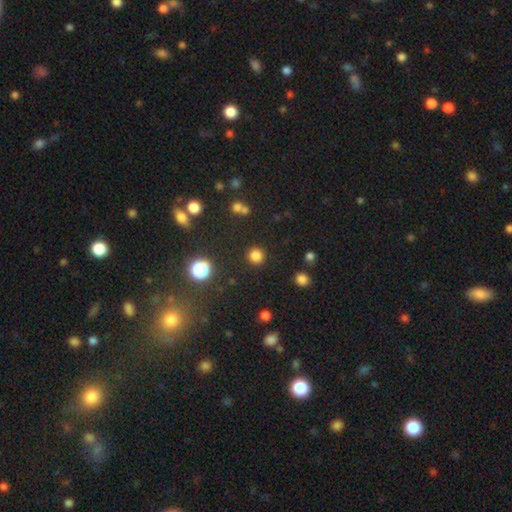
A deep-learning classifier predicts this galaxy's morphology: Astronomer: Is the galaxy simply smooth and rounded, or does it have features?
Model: smooth — 81%.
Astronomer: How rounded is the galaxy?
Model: round — 93%.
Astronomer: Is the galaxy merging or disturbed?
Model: none — 89%.